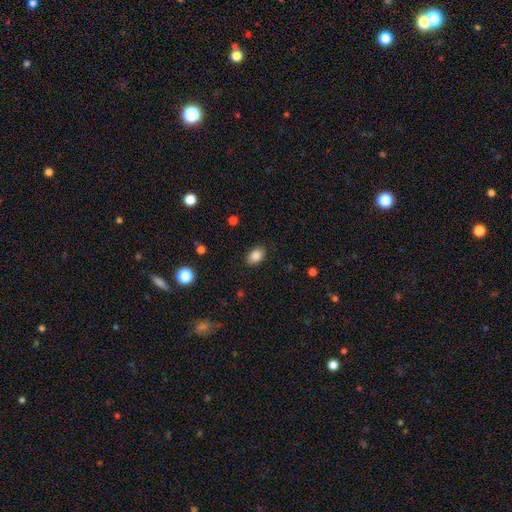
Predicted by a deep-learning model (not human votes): This is clearly a smooth galaxy (86%). How rounded: likely in between (79%). Merging: clearly none (86%).